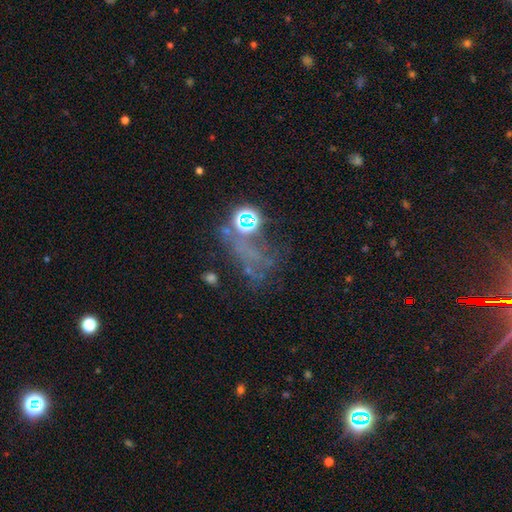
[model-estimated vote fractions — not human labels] A star or artifact, not a galaxy (45%).

Vote fractions:
- Smooth or featured? star or artifact: 45% / smooth: 30% / featured or disk: 25%